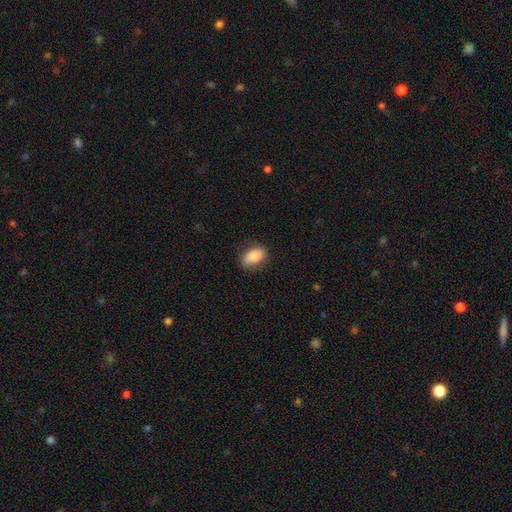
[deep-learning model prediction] Smooth or featured?
  - smooth: 81% *
  - featured or disk: 11%
  - star or artifact: 8%
How rounded?
  - in between: 85% *
  - round: 13%
  - cigar-shaped: 3%
Merging?
  - none: 78% *
  - minor disturbance: 17%
  - major disturbance: 4%
  - merger: 1%